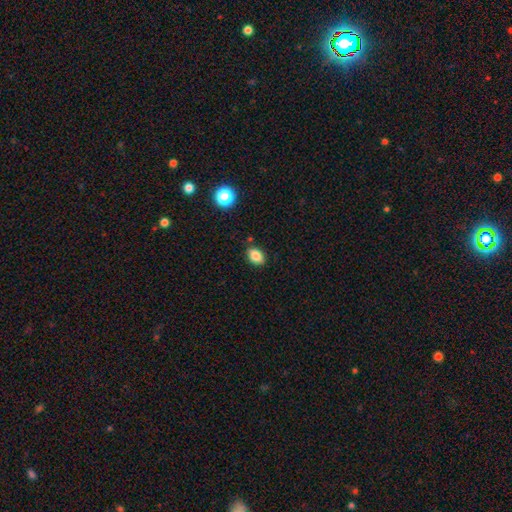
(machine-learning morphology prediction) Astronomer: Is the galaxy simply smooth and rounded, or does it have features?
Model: smooth — 84%.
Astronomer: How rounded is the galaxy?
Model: in between — 81%.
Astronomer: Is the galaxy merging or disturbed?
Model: none — 84%.